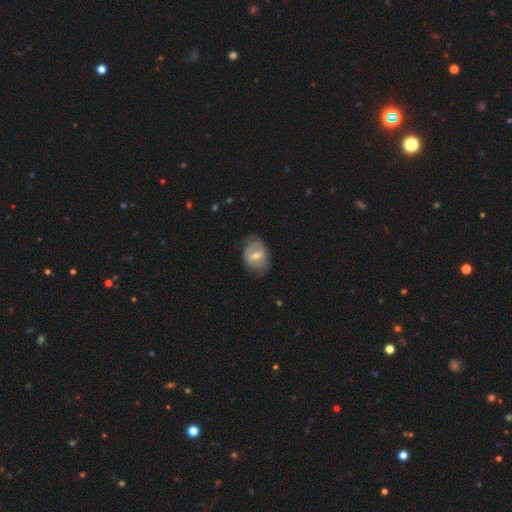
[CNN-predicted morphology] Smooth or featured? Predicted: featured or disk (p=0.49). Merging? Predicted: none (p=0.65).